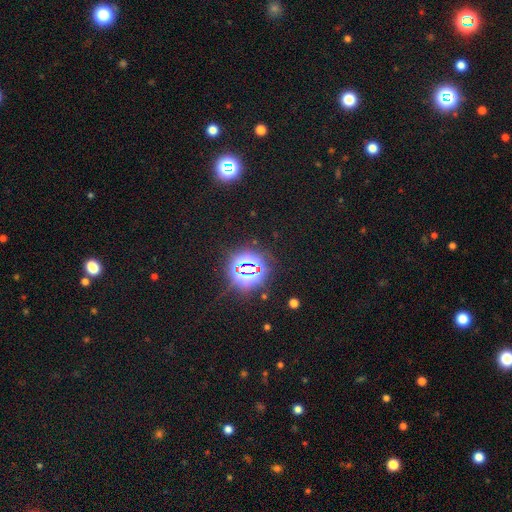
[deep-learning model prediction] Smooth or featured: star or artifact — 80% (smooth — 14%)